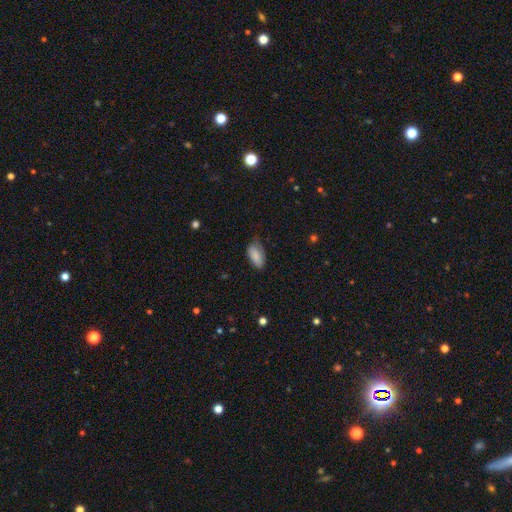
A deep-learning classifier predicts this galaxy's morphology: A smooth galaxy with no disk features (84%) that is in between round and cigar-shaped (93%). Merging: none (53%).